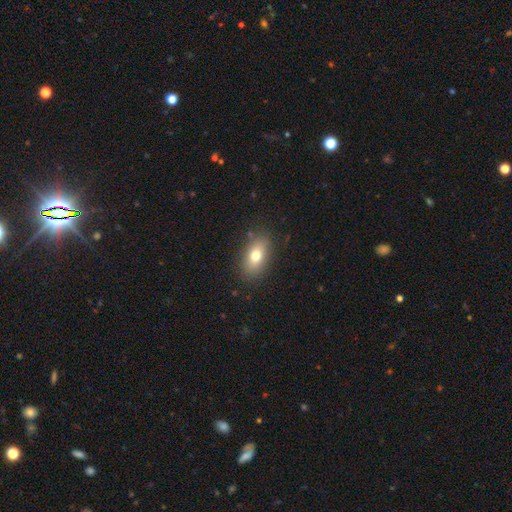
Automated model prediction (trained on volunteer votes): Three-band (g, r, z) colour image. It shows a smooth galaxy with no disk features (76%) that is in between round and cigar-shaped (85%). Merging: none (84%).